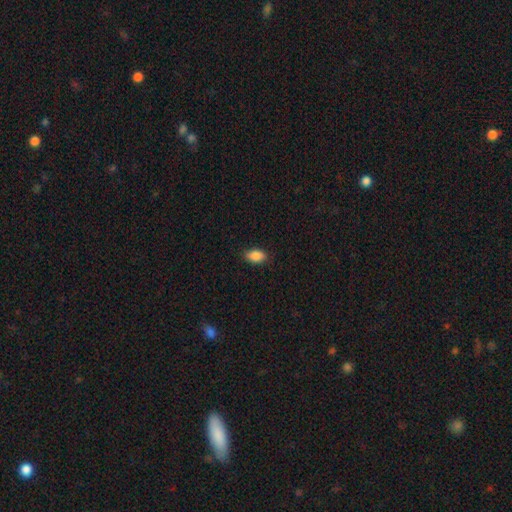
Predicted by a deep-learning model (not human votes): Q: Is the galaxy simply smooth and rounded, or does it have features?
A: smooth — 89%.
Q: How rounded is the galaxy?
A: in between — 91%.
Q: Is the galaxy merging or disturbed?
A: none — 87%.